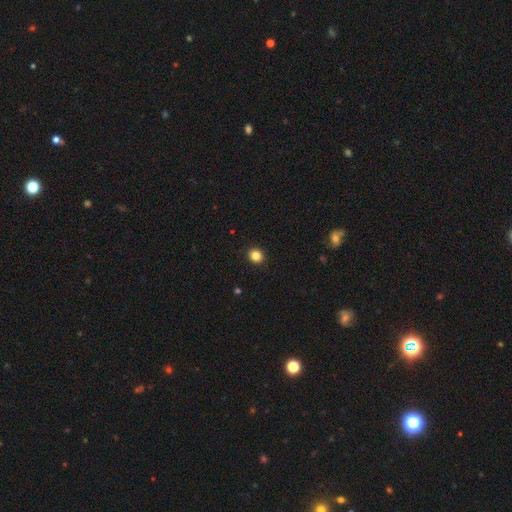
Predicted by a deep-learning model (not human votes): Morphology: type=smooth (85%); roundness=round (82%); merging=none (92%).